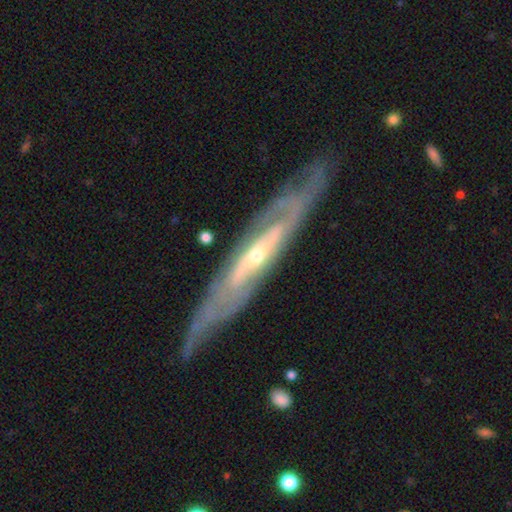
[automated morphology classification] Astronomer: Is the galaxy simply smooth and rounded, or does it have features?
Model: featured or disk — 85%.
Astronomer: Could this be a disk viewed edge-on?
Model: no — 59% (runner-up: yes, 41%).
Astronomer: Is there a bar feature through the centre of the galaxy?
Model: no — 50% (runner-up: weak, 29%).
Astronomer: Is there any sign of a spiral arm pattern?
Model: yes — 85%.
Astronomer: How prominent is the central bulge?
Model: small — 64%.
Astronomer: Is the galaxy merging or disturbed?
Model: none — 76%.